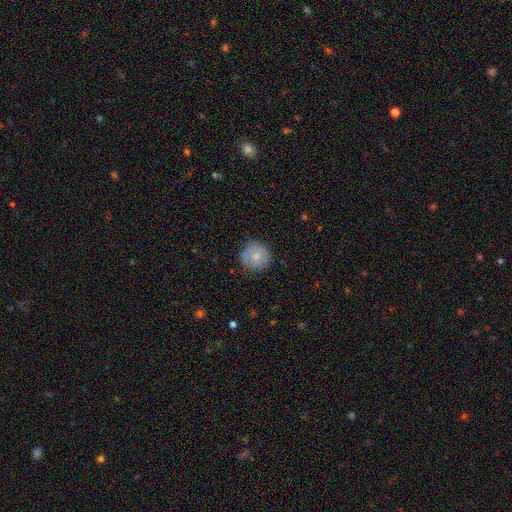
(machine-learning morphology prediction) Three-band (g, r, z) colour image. It shows a smooth galaxy with no disk features (72%) that is round (93%). Merging: none (77%).